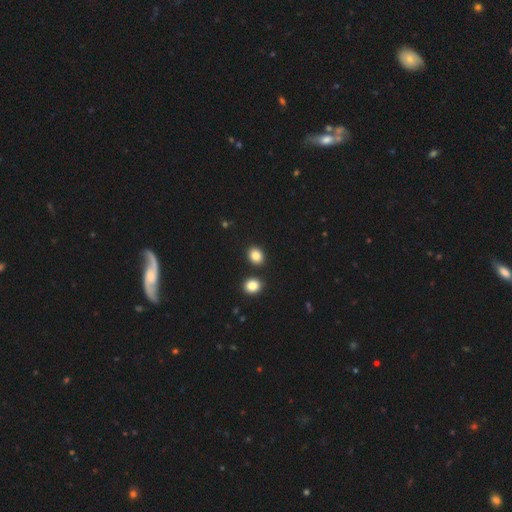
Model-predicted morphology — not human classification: Overall: smooth (85%). How rounded: round (56%; in between 43%). Merging: none (83%).